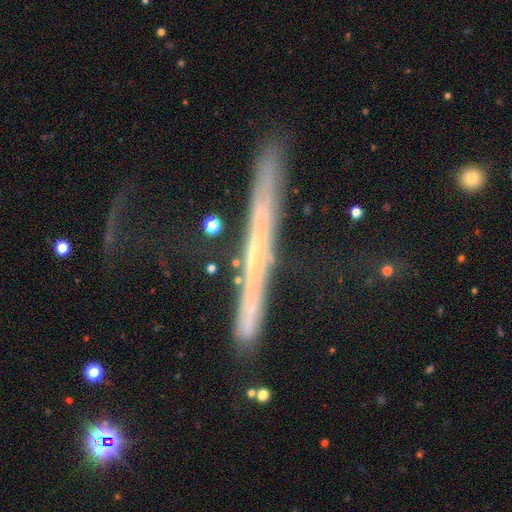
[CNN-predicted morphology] smooth-or-featured: featured or disk: 66% | smooth: 26% | star or artifact: 8%
  disk-edge-on: yes: 92% | no: 8%
    edge-on-bulge: none: 85% | rounded: 11% | boxy: 4%
  merging: none: 69% | minor disturbance: 19% | major disturbance: 8% | merger: 4%